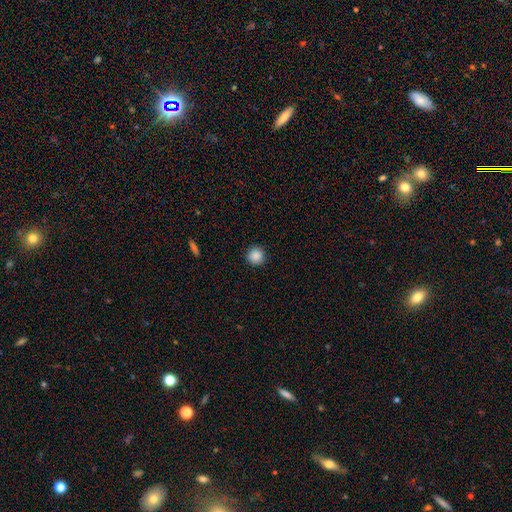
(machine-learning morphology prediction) smooth-or-featured: smooth: 88% | star or artifact: 9% | featured or disk: 3%
  how-rounded: round: 95% | in between: 4% | cigar-shaped: 1%
  merging: none: 91% | minor disturbance: 6% | major disturbance: 2% | merger: 1%